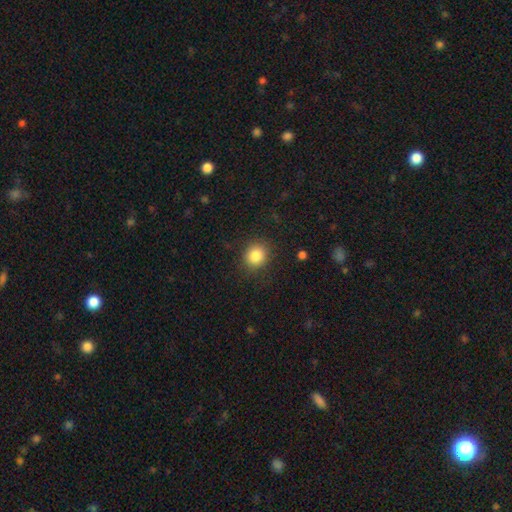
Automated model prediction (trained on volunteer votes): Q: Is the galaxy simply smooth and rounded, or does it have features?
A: smooth — 85%.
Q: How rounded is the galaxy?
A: round — 78%.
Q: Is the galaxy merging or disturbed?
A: none — 87%.